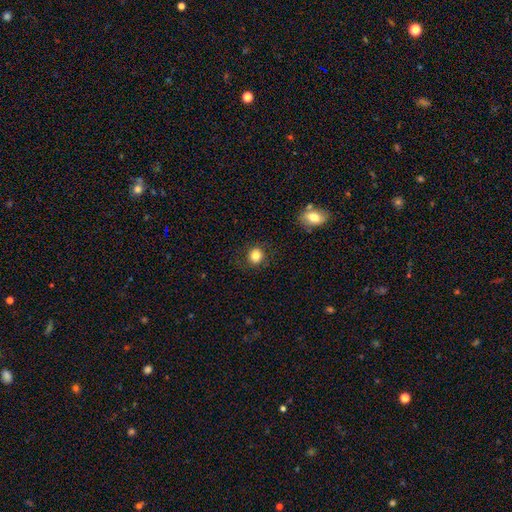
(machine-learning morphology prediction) Smooth or featured? Predicted: smooth (p=0.82). How rounded? Predicted: round (p=0.84). Merging? Predicted: none (p=0.86).